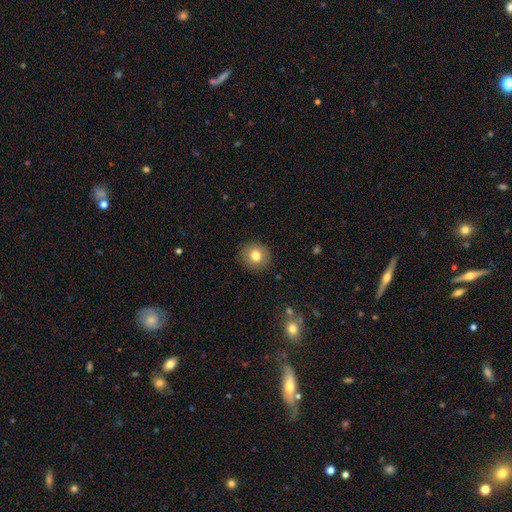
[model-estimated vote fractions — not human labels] This is likely a smooth galaxy (79%). How rounded: clearly round (88%). Merging: clearly none (90%).